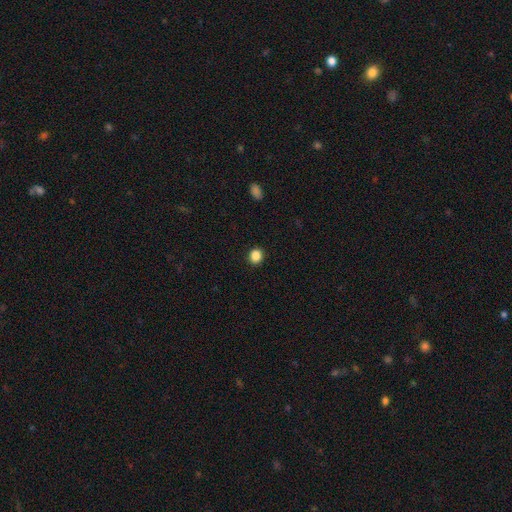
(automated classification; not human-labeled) smooth-or-featured: smooth: 87% | star or artifact: 10% | featured or disk: 3%
  how-rounded: round: 80% | in between: 19% | cigar-shaped: 1%
  merging: none: 92% | minor disturbance: 5% | major disturbance: 2% | merger: 1%